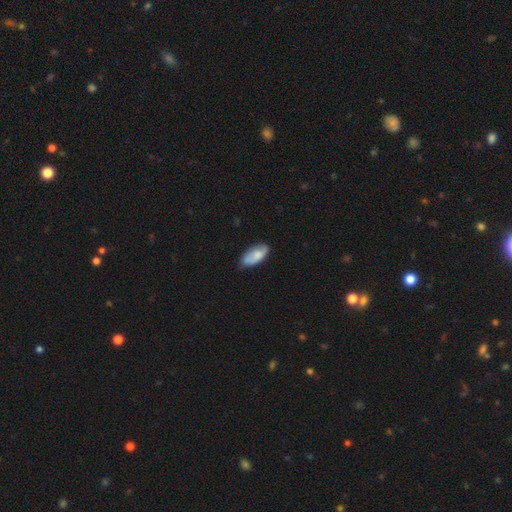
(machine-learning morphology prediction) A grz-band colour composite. It shows a smooth galaxy with no disk features (73%) that is in between round and cigar-shaped (92%). Merging: none (66%).